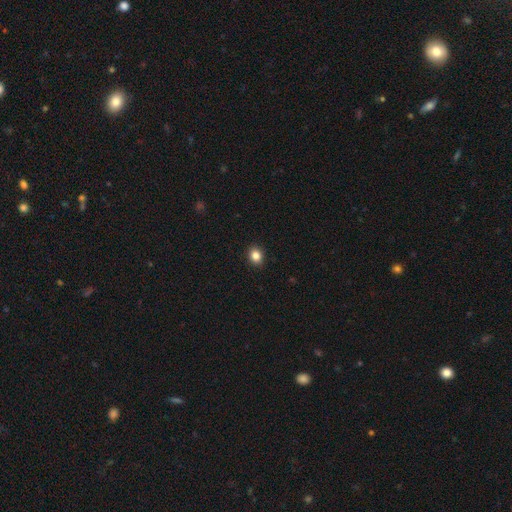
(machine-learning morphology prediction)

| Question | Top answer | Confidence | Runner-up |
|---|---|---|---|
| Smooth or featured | smooth | 84% | star or artifact (10%) |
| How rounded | round | 60% | in between (39%) |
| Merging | none | 92% | minor disturbance (6%) |